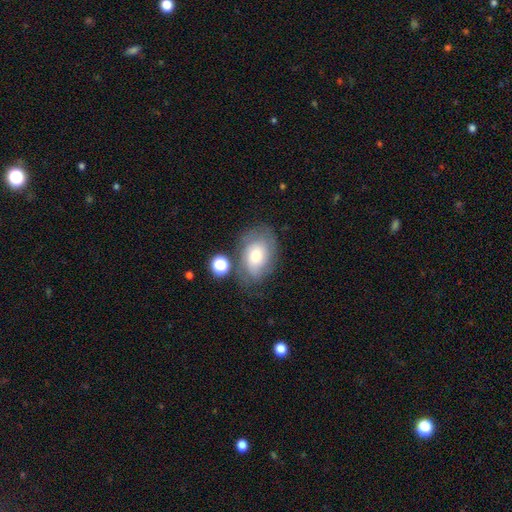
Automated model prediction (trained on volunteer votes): Smooth or featured? Predicted: smooth (p=0.51). How rounded? Predicted: in between (p=0.76). Merging? Predicted: none (p=0.62).